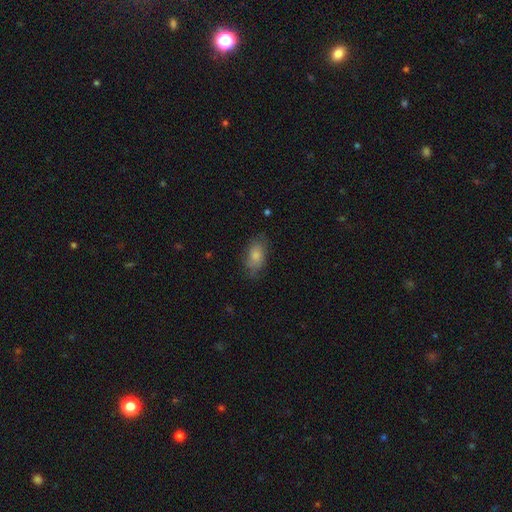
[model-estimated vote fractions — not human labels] A smooth galaxy with no disk features (80%) that is in between round and cigar-shaped (89%).

Vote fractions:
- Smooth or featured? smooth: 80% / featured or disk: 13% / star or artifact: 7%
- How rounded? in between: 89% / round: 8% / cigar-shaped: 3%
- Merging? none: 71% / minor disturbance: 21% / major disturbance: 6% / merger: 1%